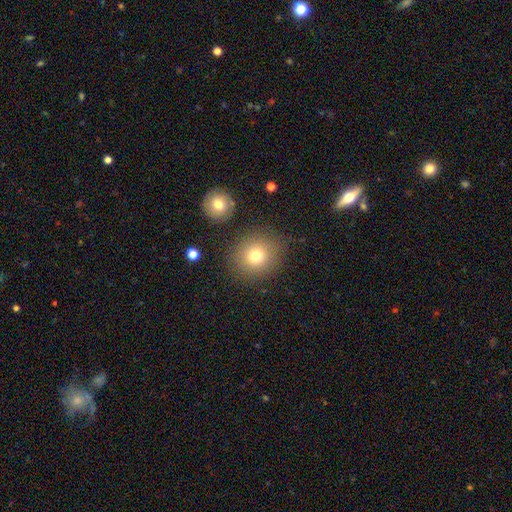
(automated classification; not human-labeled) Smooth or featured? Predicted: smooth (p=0.76). How rounded? Predicted: round (p=0.80). Merging? Predicted: none (p=0.82).